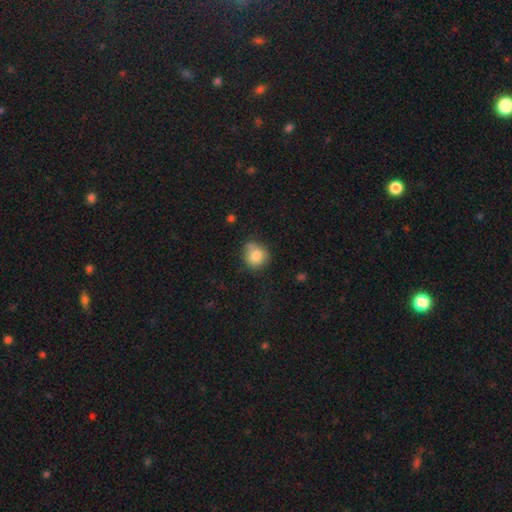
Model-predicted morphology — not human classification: smooth_or_featured: smooth (p=0.82) [alt: star or artifact p=0.09]
how_rounded: round (p=0.83) [alt: in between p=0.16]
merging: none (p=0.63) [alt: minor disturbance p=0.23]